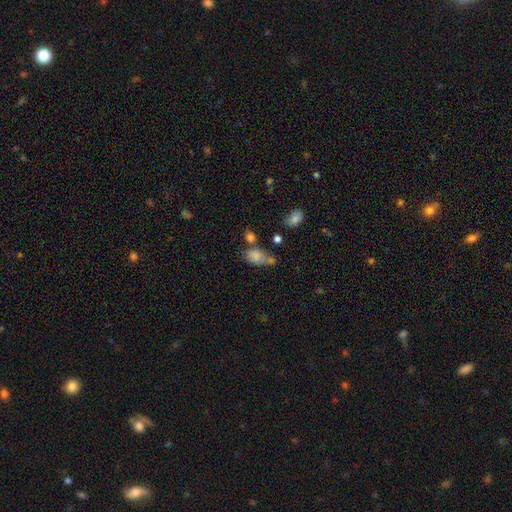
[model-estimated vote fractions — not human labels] This is likely a smooth galaxy (76%). How rounded: clearly in between (81%). Merging: marginally none (32%).